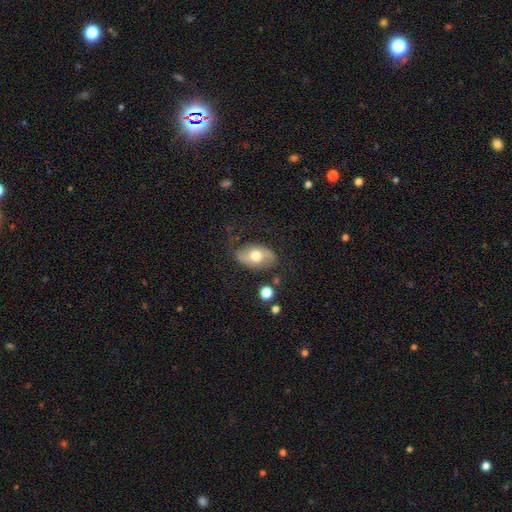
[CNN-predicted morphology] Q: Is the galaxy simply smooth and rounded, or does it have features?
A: smooth — 57%.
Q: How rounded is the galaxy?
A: in between — 89%.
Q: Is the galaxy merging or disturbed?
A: none — 72%.